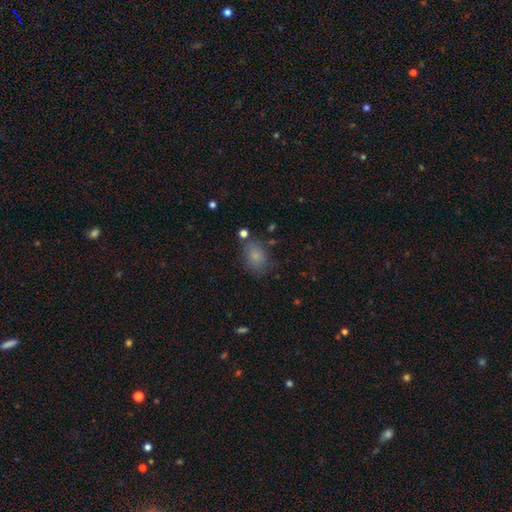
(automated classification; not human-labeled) Smooth or featured? smooth (80%)
How rounded? in between (69%)
Merging? none (70%)